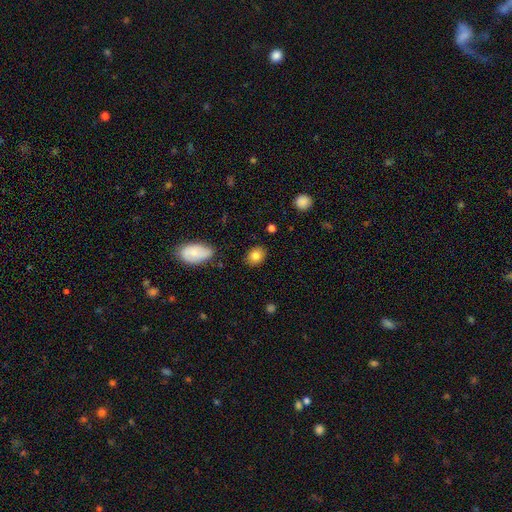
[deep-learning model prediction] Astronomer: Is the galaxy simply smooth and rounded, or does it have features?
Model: smooth — 82%.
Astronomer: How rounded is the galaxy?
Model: in between — 56% (runner-up: round, 43%).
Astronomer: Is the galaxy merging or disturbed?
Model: none — 85%.